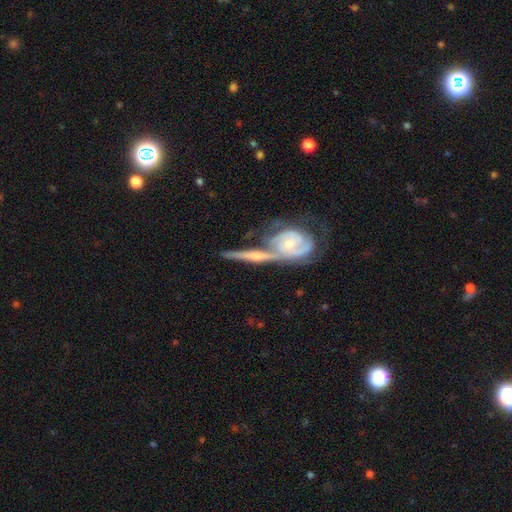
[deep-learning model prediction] featured or disk 76%, smooth 19%, star or artifact 6%. Down the decision tree: edge-on disk — yes (67%); edge-on bulge — rounded (69%); merging — merger (45%).